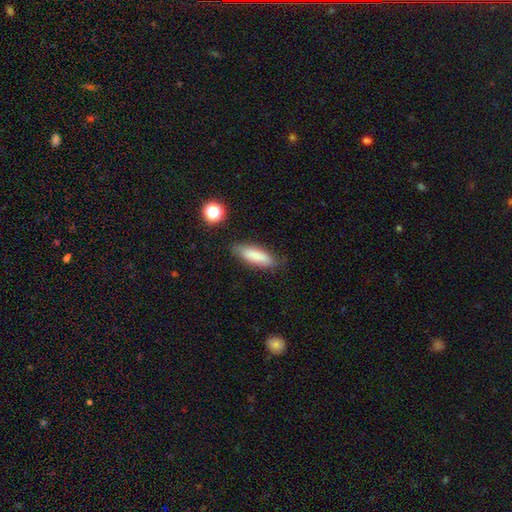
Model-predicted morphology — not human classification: Smooth or featured? smooth (84%)
How rounded? in between (52%)
Merging? none (82%)